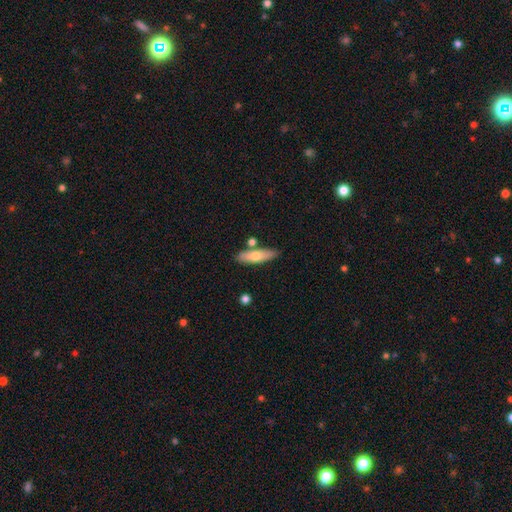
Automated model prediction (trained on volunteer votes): Overall: smooth (66%; featured or disk 28%). How rounded: cigar-shaped (56%; in between 41%). Merging: none (76%).